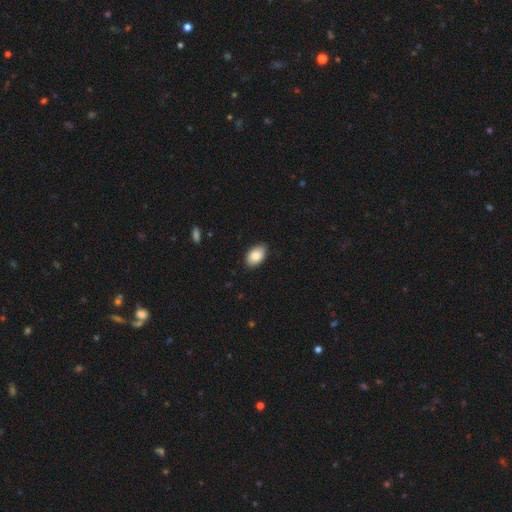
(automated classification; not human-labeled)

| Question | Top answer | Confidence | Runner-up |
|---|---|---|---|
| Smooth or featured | smooth | 86% | featured or disk (8%) |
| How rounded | in between | 91% | round (7%) |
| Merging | none | 84% | minor disturbance (13%) |